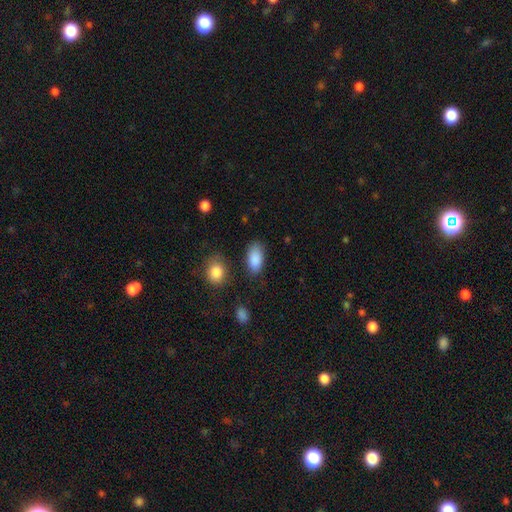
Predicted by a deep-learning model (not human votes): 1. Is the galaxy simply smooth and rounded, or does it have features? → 88% smooth, 7% star or artifact, 5% featured or disk.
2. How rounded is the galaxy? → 92% in between, 4% cigar-shaped, 3% round.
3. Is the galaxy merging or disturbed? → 79% none, 14% minor disturbance, 4% major disturbance, 3% merger.